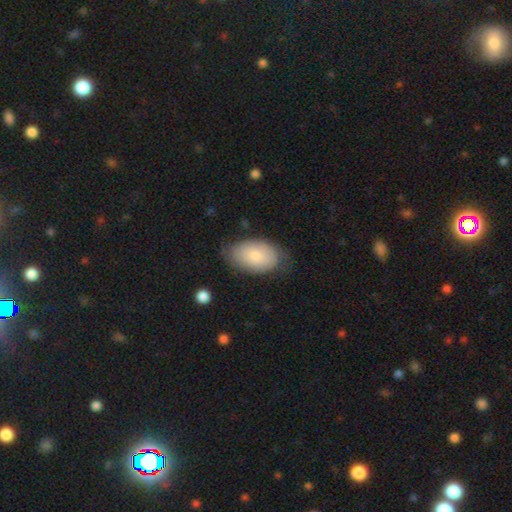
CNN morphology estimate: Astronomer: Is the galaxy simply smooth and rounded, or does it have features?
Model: smooth — 77%.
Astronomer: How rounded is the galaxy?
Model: in between — 92%.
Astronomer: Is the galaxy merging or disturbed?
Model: none — 68%.